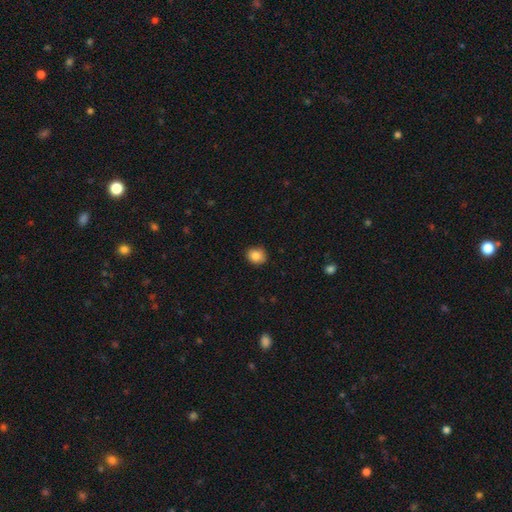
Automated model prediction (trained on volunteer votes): Smooth or featured: smooth — 84% (star or artifact — 9%)
How rounded: round — 67% (in between — 32%)
Merging: none — 87% (minor disturbance — 10%)